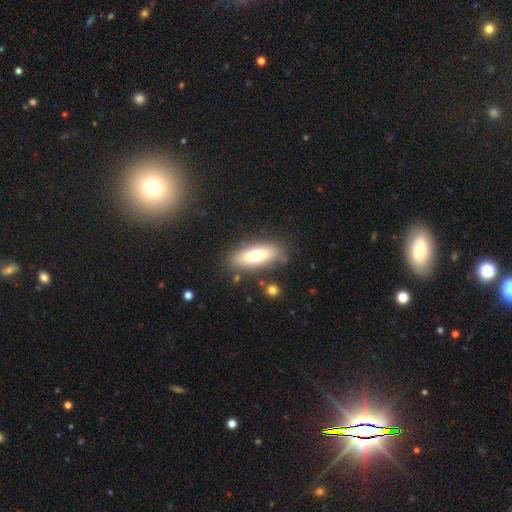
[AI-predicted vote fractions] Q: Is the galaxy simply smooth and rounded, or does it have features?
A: smooth — 70%.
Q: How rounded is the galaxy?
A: in between — 67%.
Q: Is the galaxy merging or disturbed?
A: none — 79%.